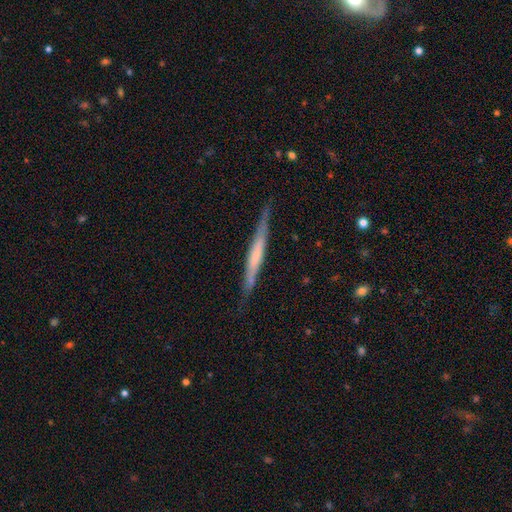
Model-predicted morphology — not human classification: Smooth or featured?
  - featured or disk: 55% *
  - smooth: 40%
  - star or artifact: 5%
Edge-on disk?
  - yes: 95% *
  - no: 5%
Edge-on bulge?
  - none: 63% *
  - boxy: 20%
  - rounded: 17%
Merging?
  - none: 82% *
  - minor disturbance: 14%
  - major disturbance: 3%
  - merger: 1%